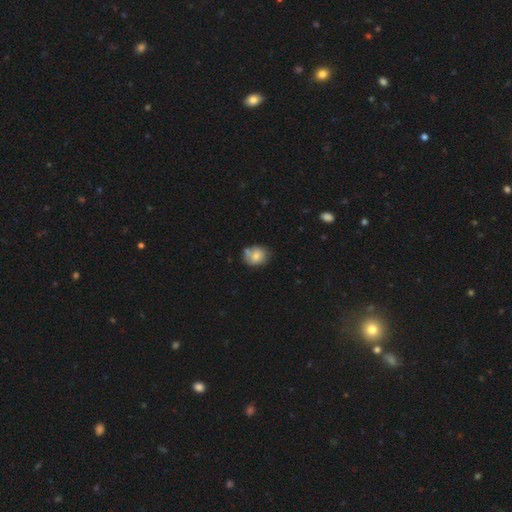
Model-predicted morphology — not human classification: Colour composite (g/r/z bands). It shows a smooth galaxy with no disk features (69%) that is round (56%). Merging: none (52%).